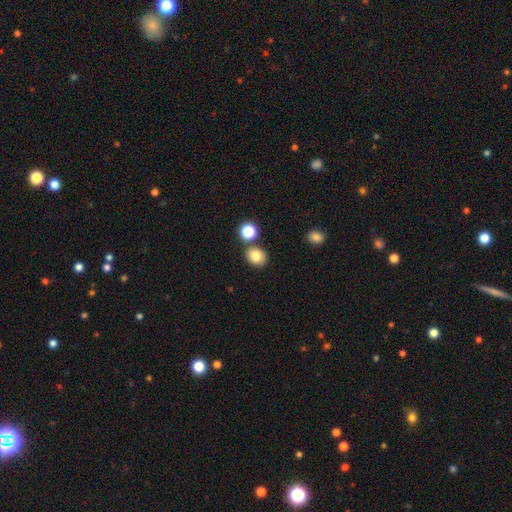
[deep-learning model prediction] A smooth galaxy with no disk features (82%) that is round (64%). Merging: none (76%).